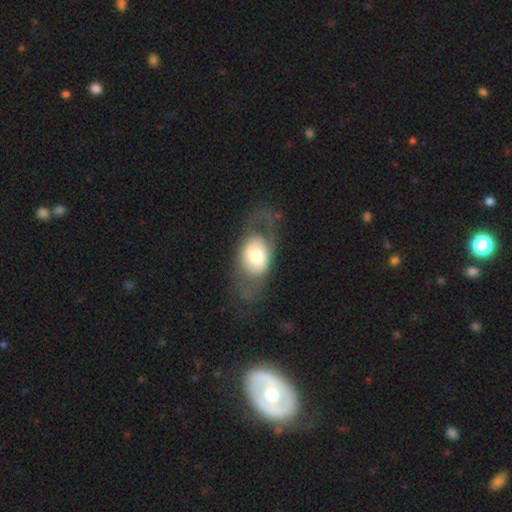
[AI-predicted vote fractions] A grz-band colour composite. It shows a smooth galaxy with no disk features (51%) that is in between round and cigar-shaped (78%). Merging: none (61%).